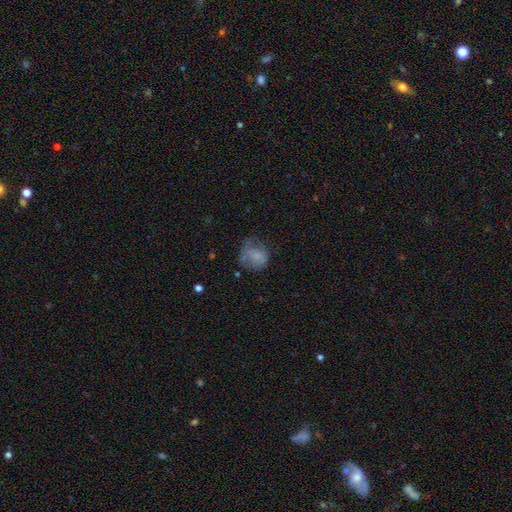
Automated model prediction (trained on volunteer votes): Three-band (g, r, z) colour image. It shows a smooth galaxy with no disk features (66%) that is round (70%). Merging: none (43%).